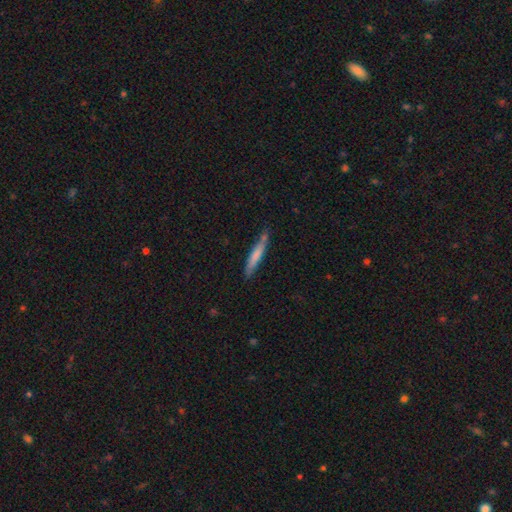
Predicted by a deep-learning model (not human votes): smooth-or-featured: smooth: 70% | featured or disk: 24% | star or artifact: 6%
  how-rounded: cigar-shaped: 93% | in between: 6% | round: 1%
  merging: none: 74% | minor disturbance: 19% | merger: 4% | major disturbance: 3%